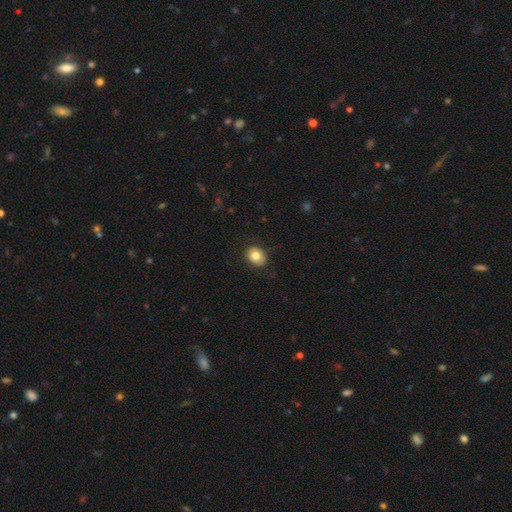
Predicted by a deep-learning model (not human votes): The model was most divided on "how rounded": round: 53%, in between: 47%, cigar-shaped: 1%. More confident: merging — none (87%); smooth or featured — smooth (81%).